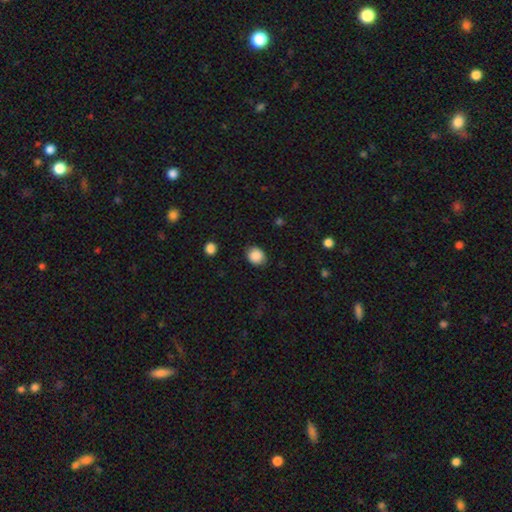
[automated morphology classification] Smooth or featured?
  - smooth: 87% *
  - star or artifact: 9%
  - featured or disk: 4%
How rounded?
  - round: 73% *
  - in between: 26%
  - cigar-shaped: 1%
Merging?
  - none: 82% *
  - minor disturbance: 13%
  - major disturbance: 3%
  - merger: 1%